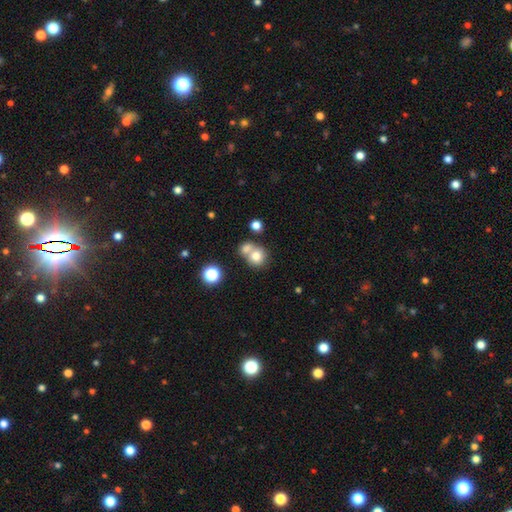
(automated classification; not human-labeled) Morphology: type=smooth (76%); roundness=round (81%); merging=merger (48%).